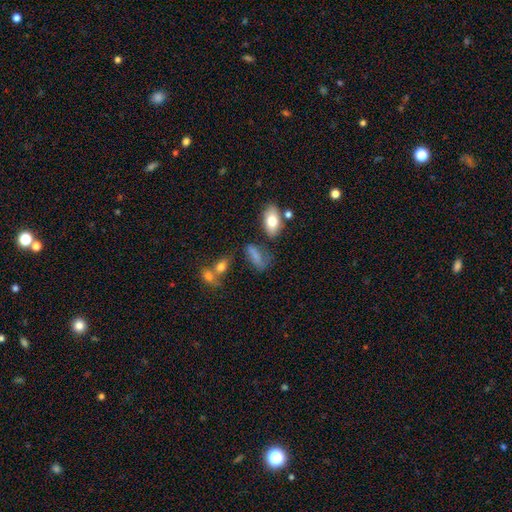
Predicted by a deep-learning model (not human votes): Q: Smooth or featured?
A: smooth (71%); runner-up: featured or disk (16%)
Q: How rounded?
A: in between (79%); runner-up: cigar-shaped (14%)
Q: Merging?
A: none (46%); runner-up: minor disturbance (26%)